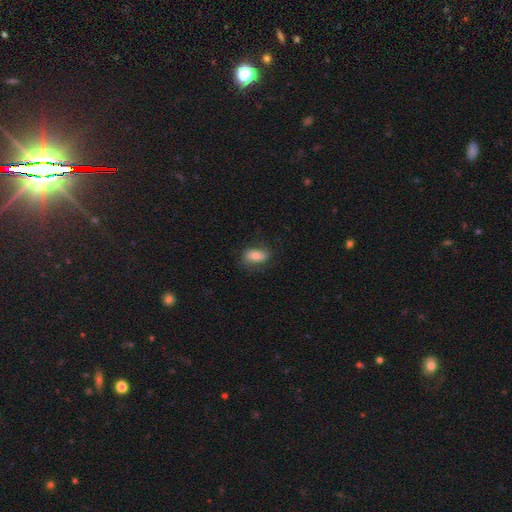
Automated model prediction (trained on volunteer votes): Smooth or featured: smooth — 69% (featured or disk — 24%)
How rounded: in between — 86% (round — 7%)
Merging: none — 74% (minor disturbance — 19%)